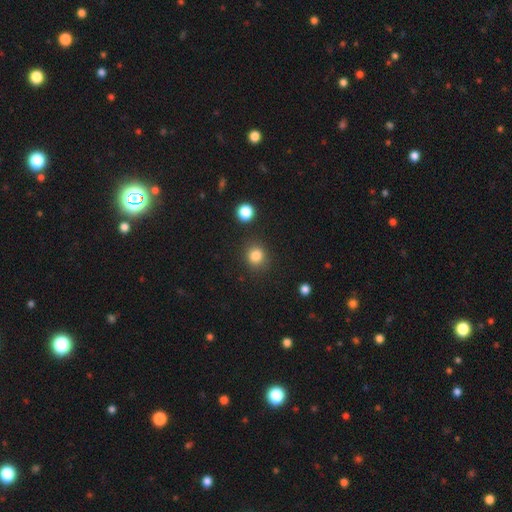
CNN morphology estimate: Smooth or featured? Predicted: smooth (p=0.83). How rounded? Predicted: round (p=0.83). Merging? Predicted: none (p=0.85).